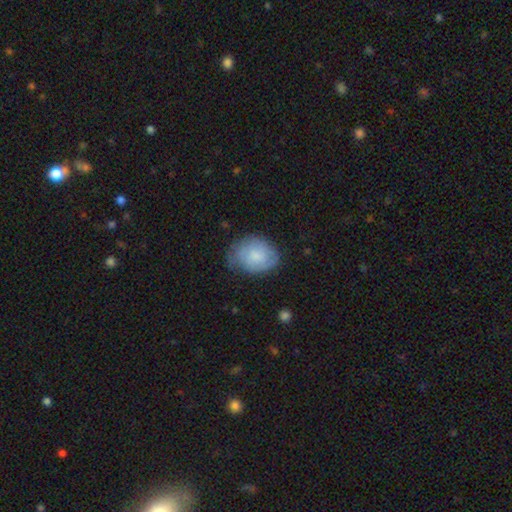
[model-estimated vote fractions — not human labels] Smooth or featured: smooth — 63% (featured or disk — 30%)
How rounded: in between — 61% (round — 38%)
Merging: none — 61% (minor disturbance — 30%)